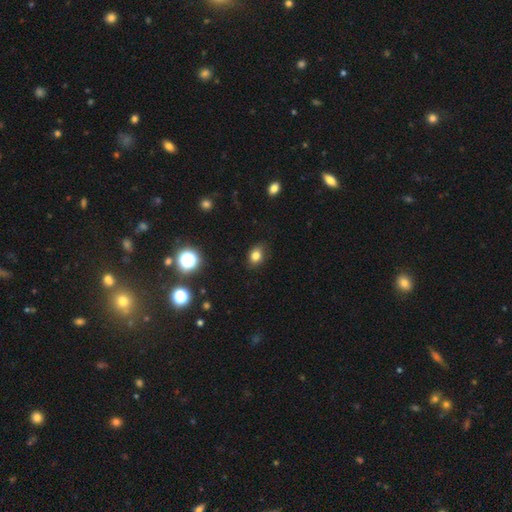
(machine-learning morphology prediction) The model was most divided on "how rounded": in between: 65%, round: 33%, cigar-shaped: 1%. More confident: merging — none (82%); smooth or featured — smooth (80%).